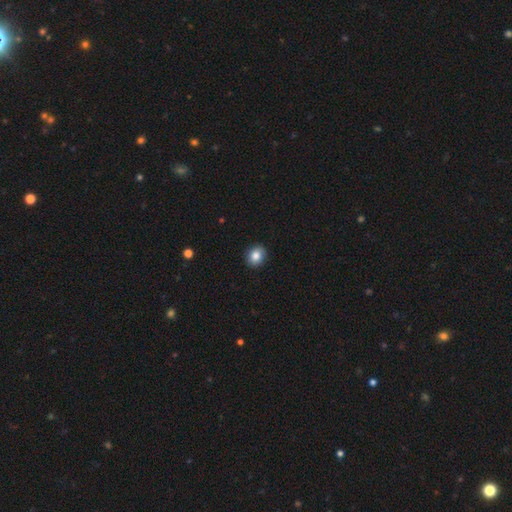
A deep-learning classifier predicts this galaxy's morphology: smooth-or-featured: smooth: 85% | star or artifact: 9% | featured or disk: 6%
  how-rounded: round: 68% | in between: 31% | cigar-shaped: 1%
  merging: none: 91% | minor disturbance: 7% | major disturbance: 2% | merger: 1%